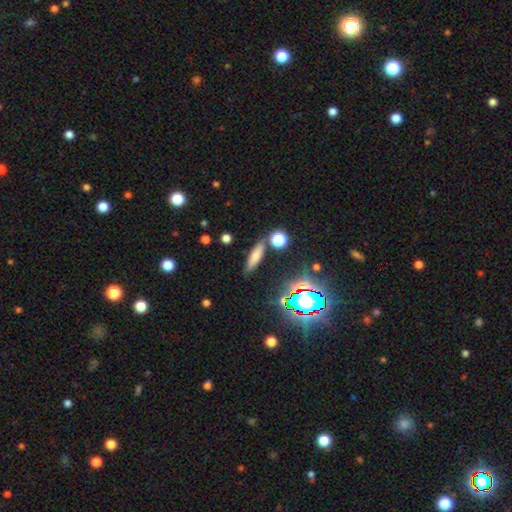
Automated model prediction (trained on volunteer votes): Smooth or featured: smooth — 66% (featured or disk — 18%)
How rounded: cigar-shaped — 64% (in between — 31%)
Merging: none — 80% (minor disturbance — 10%)